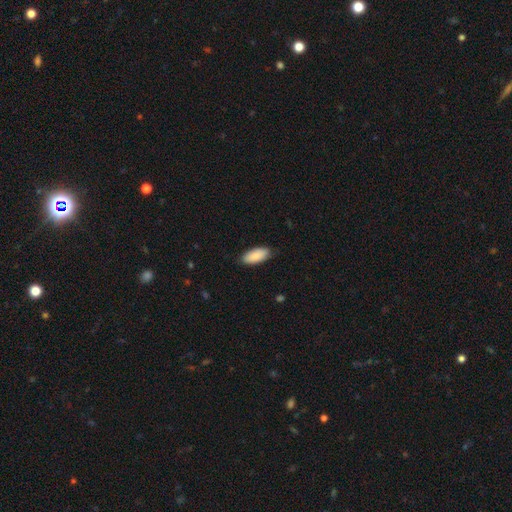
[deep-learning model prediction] Morphology: type=smooth (88%); roundness=in between (89%); merging=none (84%).